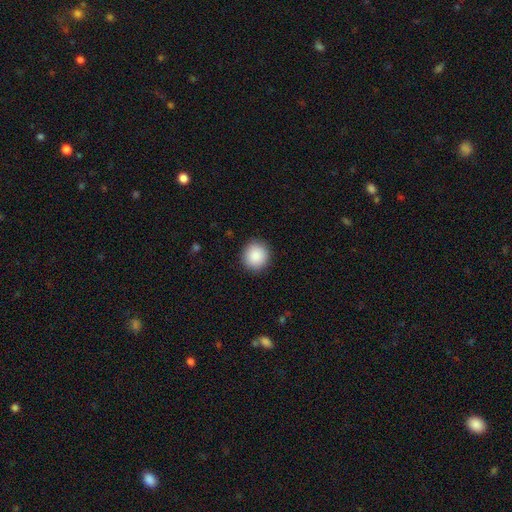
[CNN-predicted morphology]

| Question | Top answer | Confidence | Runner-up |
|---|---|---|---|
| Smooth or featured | smooth | 89% | star or artifact (8%) |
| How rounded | round | 91% | in between (8%) |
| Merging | none | 91% | minor disturbance (6%) |